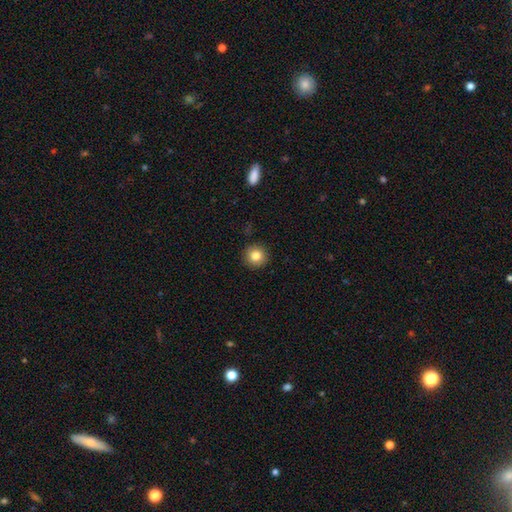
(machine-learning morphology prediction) This appears to be a smooth galaxy with no disk features (83%) that is round (94%). Merging: none (92%).